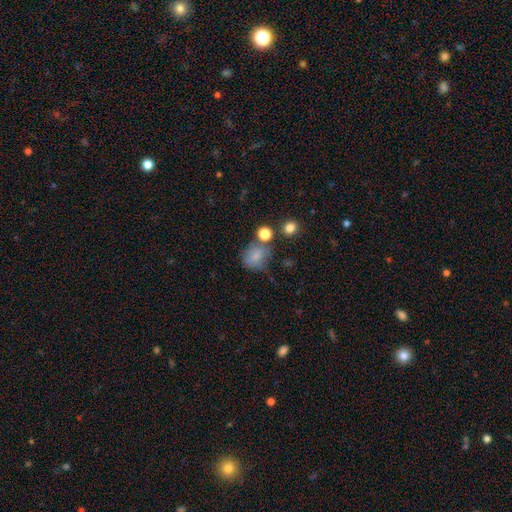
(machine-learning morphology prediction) smooth 77%, star or artifact 13%, featured or disk 10%. Down the decision tree: how rounded — round (70%); merging — none (57%).